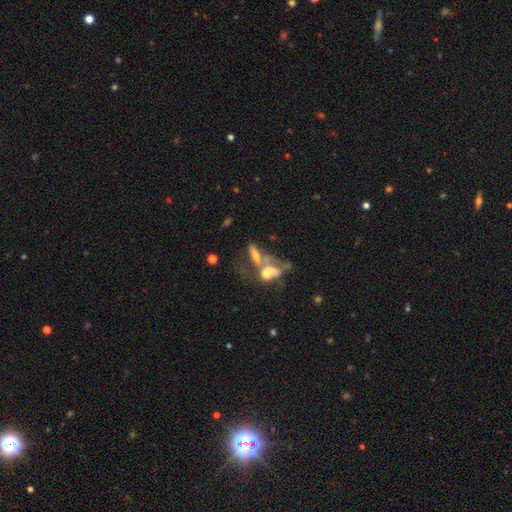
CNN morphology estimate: A featured or disk galaxy (47%).

Vote fractions:
- Smooth or featured? featured or disk: 47% / smooth: 40% / star or artifact: 13%
- Merging? merger: 57% / none: 19% / major disturbance: 15% / minor disturbance: 9%